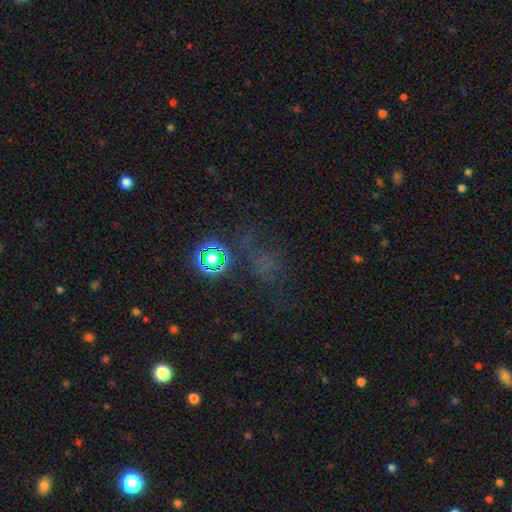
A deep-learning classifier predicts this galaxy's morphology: smooth_or_featured: star or artifact (p=0.54) [alt: smooth p=0.33]